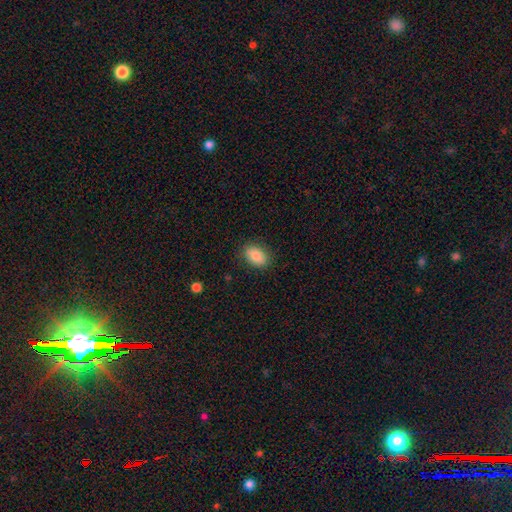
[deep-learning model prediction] Smooth or featured? smooth (85%)
How rounded? in between (86%)
Merging? none (85%)